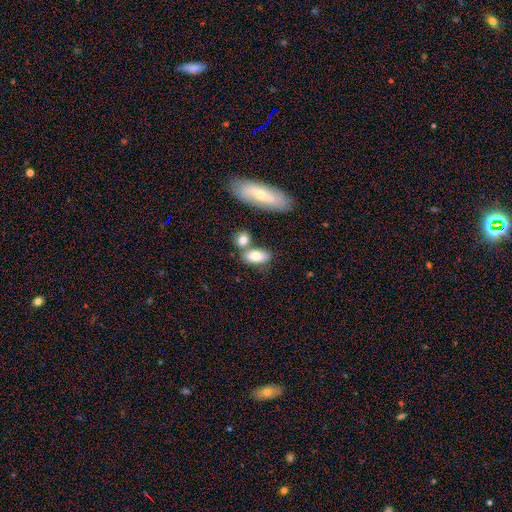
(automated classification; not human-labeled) Overall: smooth (74%). How rounded: in between (83%). Merging: none (52%; merger 29%).